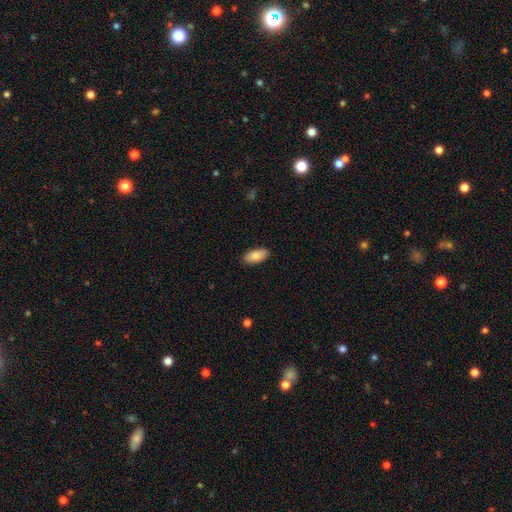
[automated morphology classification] Overall: smooth (86%). How rounded: in between (92%). Merging: none (89%).